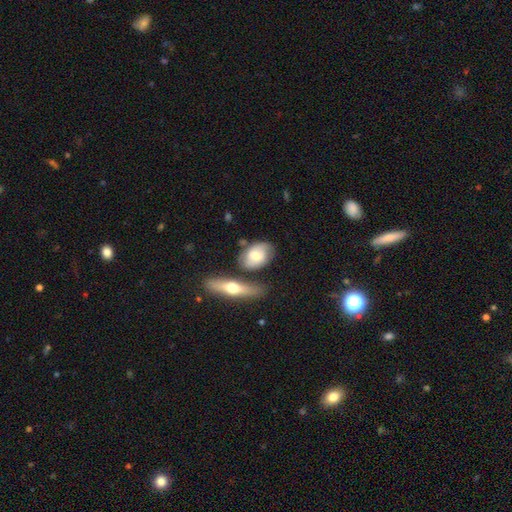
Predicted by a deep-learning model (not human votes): Smooth or featured: smooth — 55% (featured or disk — 40%)
How rounded: in between — 80% (round — 16%)
Merging: none — 62% (minor disturbance — 20%)